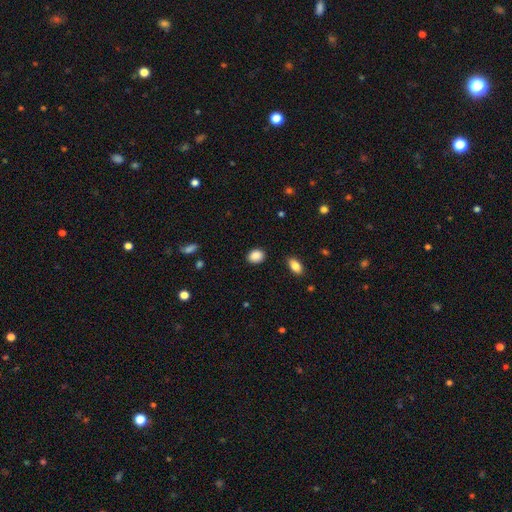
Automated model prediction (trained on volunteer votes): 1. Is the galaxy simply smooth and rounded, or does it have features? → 88% smooth, 8% star or artifact, 3% featured or disk.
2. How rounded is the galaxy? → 54% in between, 45% round, 1% cigar-shaped.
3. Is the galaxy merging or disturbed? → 88% none, 9% minor disturbance, 2% major disturbance, 1% merger.